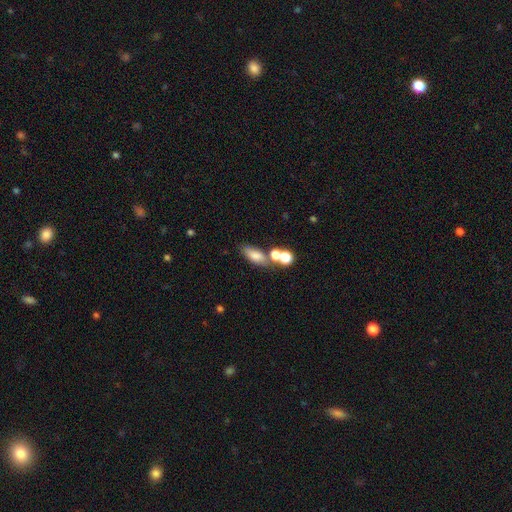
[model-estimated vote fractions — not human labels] The model was most divided on "merging": none: 51%, merger: 29%, minor disturbance: 13%, major disturbance: 7%. More confident: smooth or featured — smooth (73%); how rounded — in between (65%).